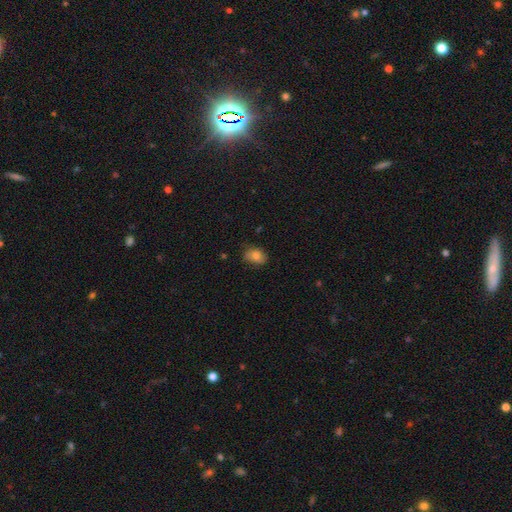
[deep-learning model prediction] Morphology: type=smooth (76%); roundness=in between (71%); merging=none (69%).